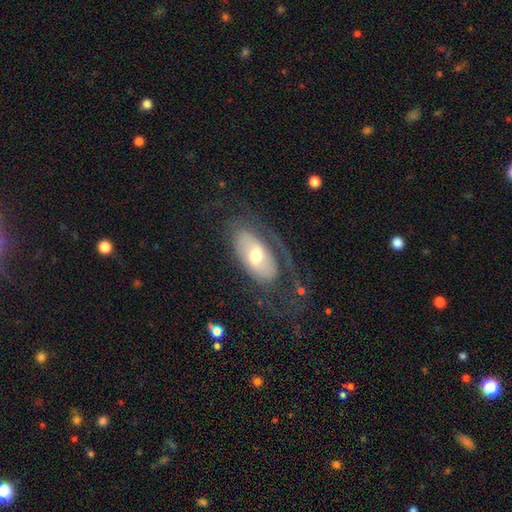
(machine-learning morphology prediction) Overall: featured or disk (62%; smooth 31%). Edge-on disk: no (89%). Bar: no (63%; weak 27%). Spiral arms: yes (64%; no 36%). Bulge size: moderate (64%). Merging: none (44%; major disturbance 35%).